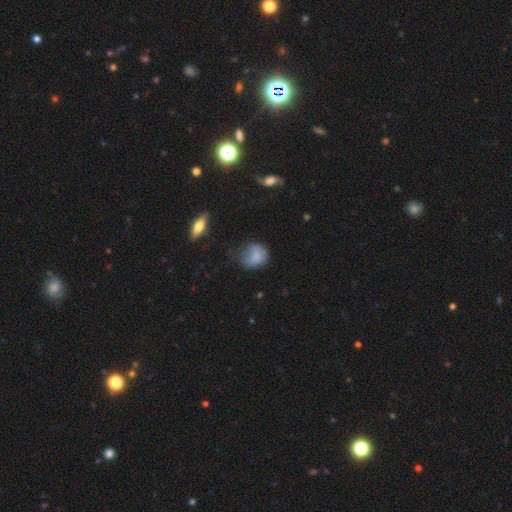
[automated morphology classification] smooth_or_featured: smooth (p=0.72) [alt: featured or disk p=0.18]
how_rounded: round (p=0.65) [alt: in between p=0.34]
merging: none (p=0.46) [alt: minor disturbance p=0.33]